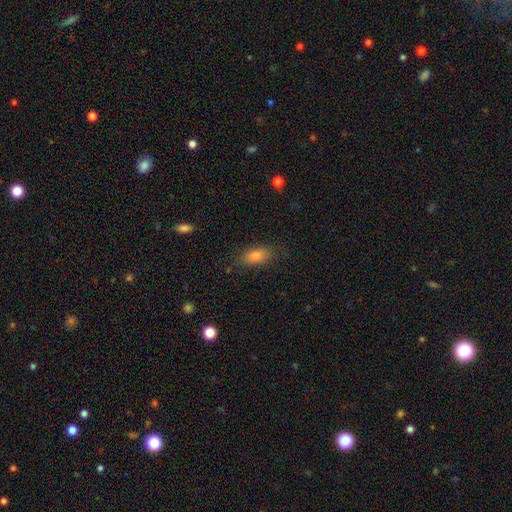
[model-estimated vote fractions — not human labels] A smooth galaxy with no disk features (80%) that is in between round and cigar-shaped (85%).

Vote fractions:
- Smooth or featured? smooth: 80% / star or artifact: 11% / featured or disk: 9%
- How rounded? in between: 85% / cigar-shaped: 8% / round: 7%
- Merging? none: 83% / minor disturbance: 12% / major disturbance: 3% / merger: 1%